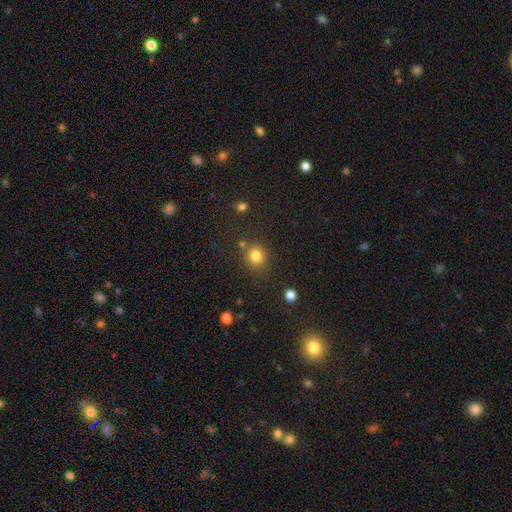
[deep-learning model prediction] smooth_or_featured: smooth (p=0.82) [alt: star or artifact p=0.12]
how_rounded: round (p=0.81) [alt: in between p=0.18]
merging: none (p=0.75) [alt: minor disturbance p=0.11]